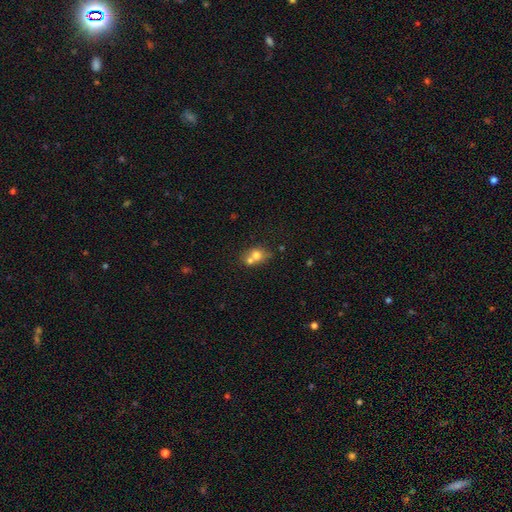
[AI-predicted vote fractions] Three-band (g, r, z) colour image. It shows a smooth galaxy with no disk features (69%) that is round (67%). Merging: merger (55%).